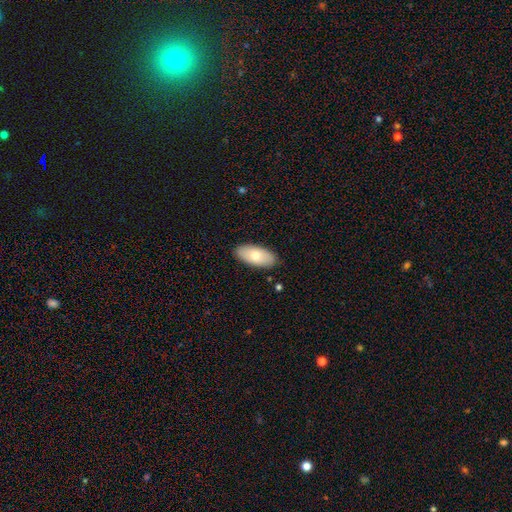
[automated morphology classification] smooth_or_featured: smooth (p=0.76) [alt: featured or disk p=0.19]
how_rounded: in between (p=0.91) [alt: cigar-shaped p=0.06]
merging: none (p=0.89) [alt: minor disturbance p=0.08]